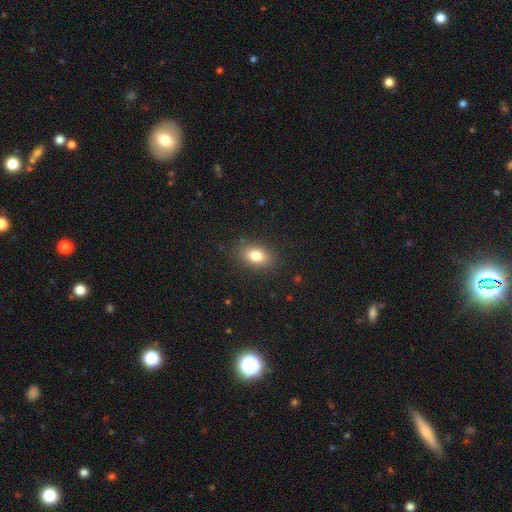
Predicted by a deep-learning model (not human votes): Overall: smooth (81%). How rounded: in between (84%). Merging: none (86%).